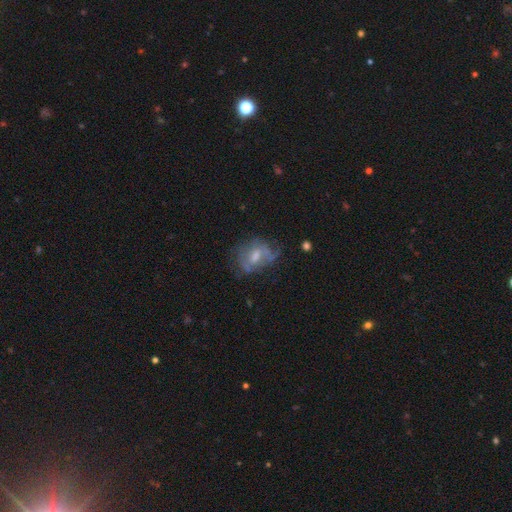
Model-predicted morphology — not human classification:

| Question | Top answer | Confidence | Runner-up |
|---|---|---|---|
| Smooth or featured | featured or disk | 56% | smooth (30%) |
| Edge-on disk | no | 95% | yes (5%) |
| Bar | no | 49% | weak (41%) |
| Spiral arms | yes | 54% | no (46%) |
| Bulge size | moderate | 52% | small (30%) |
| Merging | none | 51% | minor disturbance (25%) |